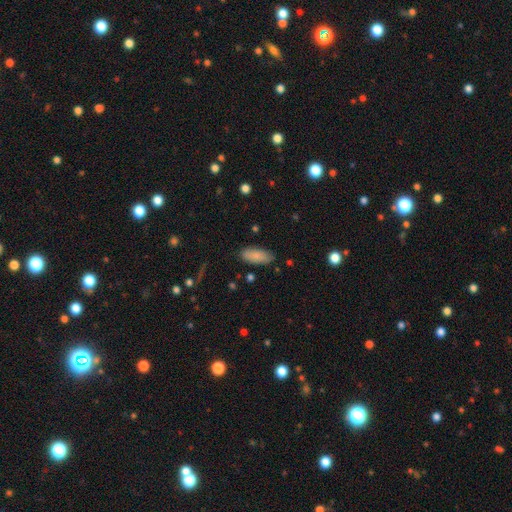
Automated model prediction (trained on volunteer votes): smooth 86%, featured or disk 8%, star or artifact 7%. Down the decision tree: how rounded — in between (83%); merging — none (83%).